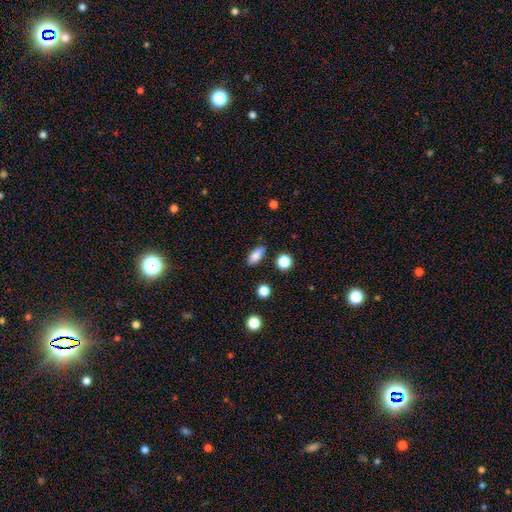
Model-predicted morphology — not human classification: A smooth galaxy with no disk features (82%) that is in between round and cigar-shaped (77%). Merging: none (84%).